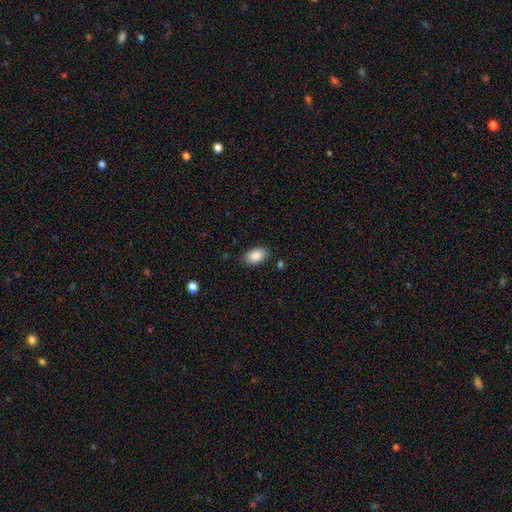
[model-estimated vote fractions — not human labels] Smooth or featured? smooth (88%)
How rounded? in between (90%)
Merging? none (84%)